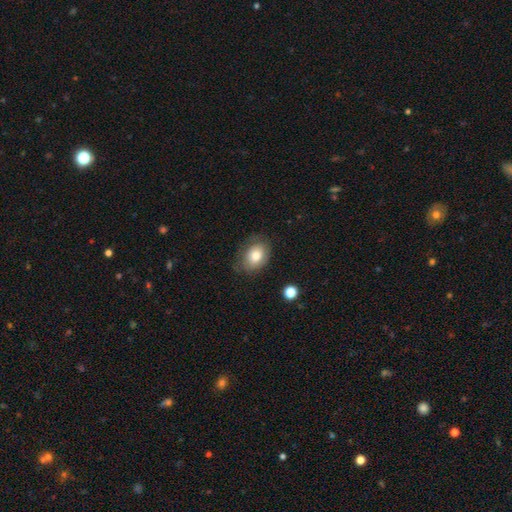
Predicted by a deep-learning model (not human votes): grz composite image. It shows a smooth galaxy with no disk features (77%) that is in between round and cigar-shaped (70%). Merging: none (71%).